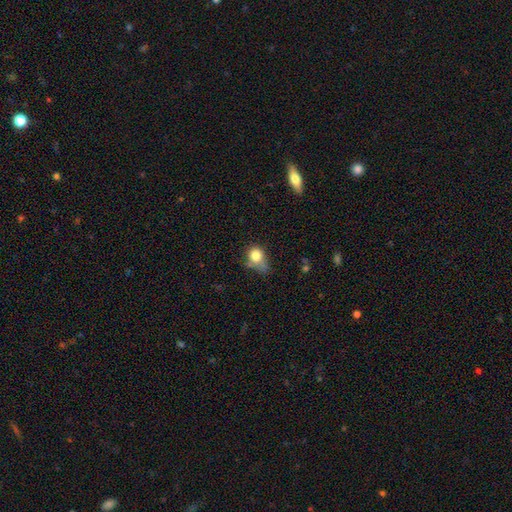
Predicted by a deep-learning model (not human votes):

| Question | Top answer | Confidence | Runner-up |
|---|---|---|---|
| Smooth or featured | smooth | 79% | featured or disk (11%) |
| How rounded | round | 53% | in between (45%) |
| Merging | minor disturbance | 36% | none (32%) |